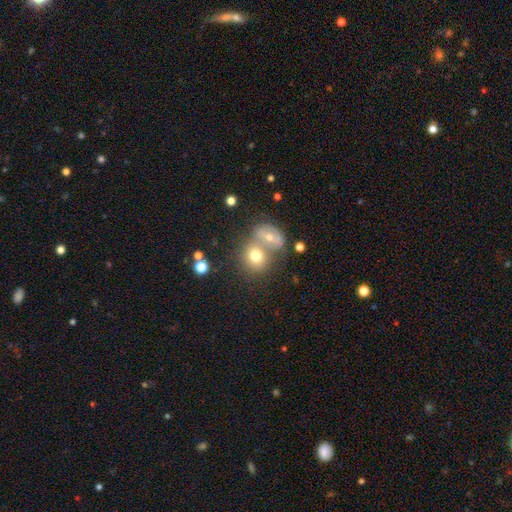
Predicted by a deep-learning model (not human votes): Smooth or featured: smooth — 70% (featured or disk — 18%)
How rounded: round — 71% (in between — 28%)
Merging: merger — 49% (none — 38%)